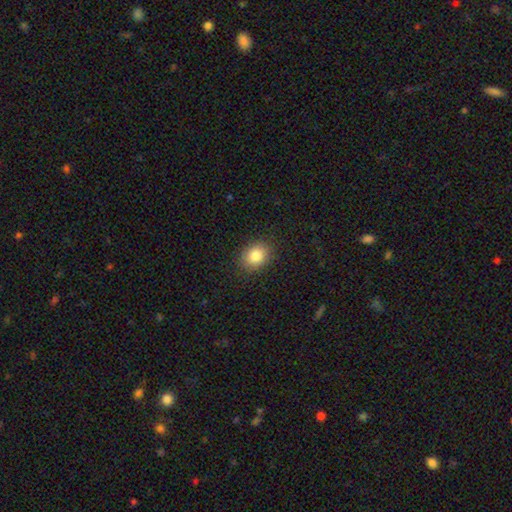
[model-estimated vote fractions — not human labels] smooth 84%, star or artifact 10%, featured or disk 7%. Down the decision tree: how rounded — round (50%); merging — none (88%).